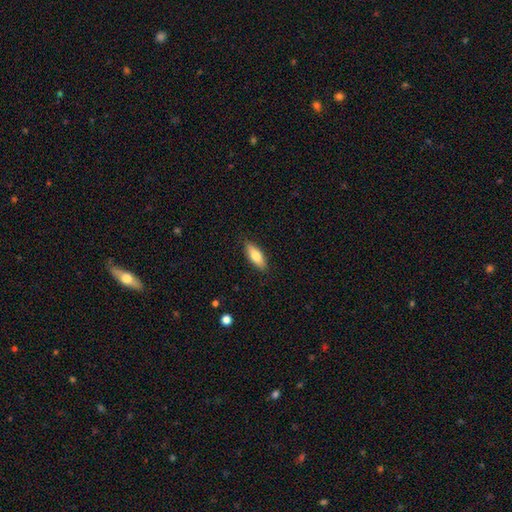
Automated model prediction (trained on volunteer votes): smooth 77%, featured or disk 17%, star or artifact 6%. Down the decision tree: how rounded — in between (69%); merging — none (87%).